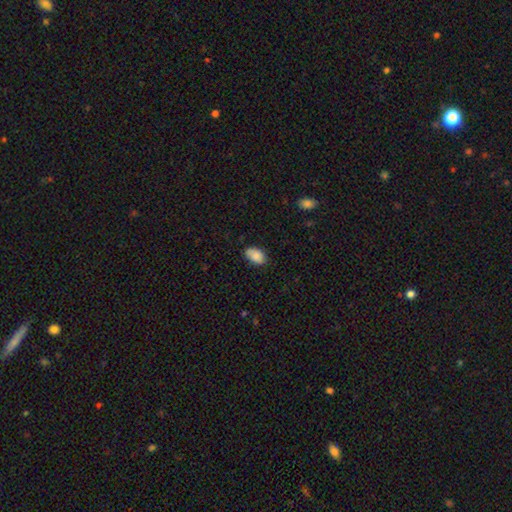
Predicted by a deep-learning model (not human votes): The model was most divided on "merging": none: 78%, minor disturbance: 18%, major disturbance: 3%, merger: 1%. More confident: how rounded — in between (92%); smooth or featured — smooth (87%).